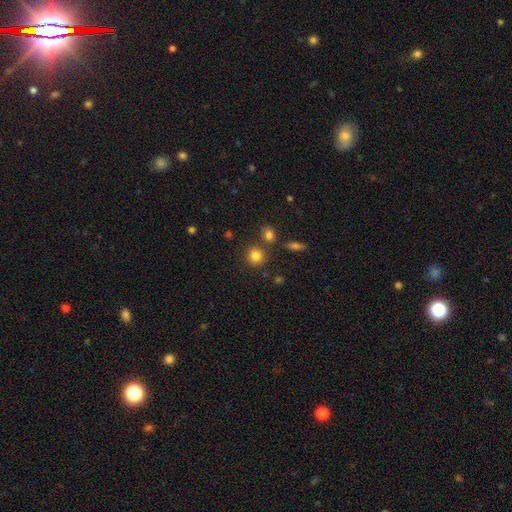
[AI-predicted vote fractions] smooth_or_featured: smooth (p=0.82) [alt: star or artifact p=0.12]
how_rounded: round (p=0.88) [alt: in between p=0.11]
merging: none (p=0.78) [alt: merger p=0.11]